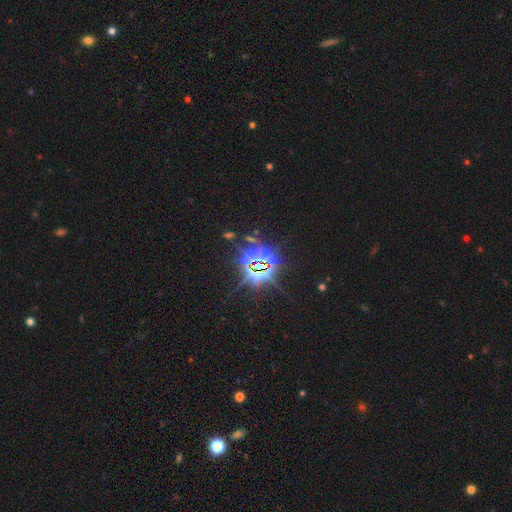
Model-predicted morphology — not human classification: Q: Smooth or featured?
A: star or artifact (87%); runner-up: smooth (8%)